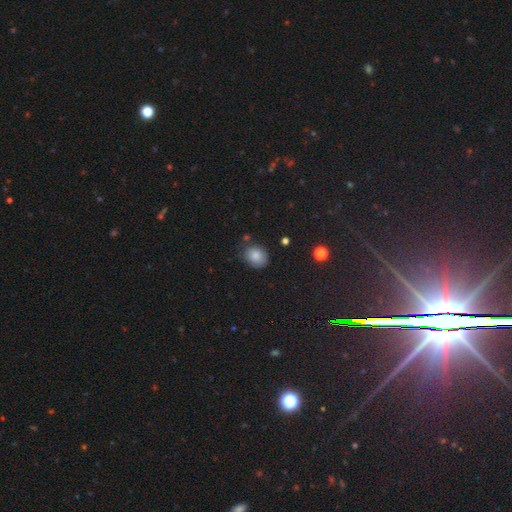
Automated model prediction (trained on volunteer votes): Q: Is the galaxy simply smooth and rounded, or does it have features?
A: smooth — 83%.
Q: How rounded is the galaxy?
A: round — 55%.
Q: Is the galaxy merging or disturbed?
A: none — 73%.